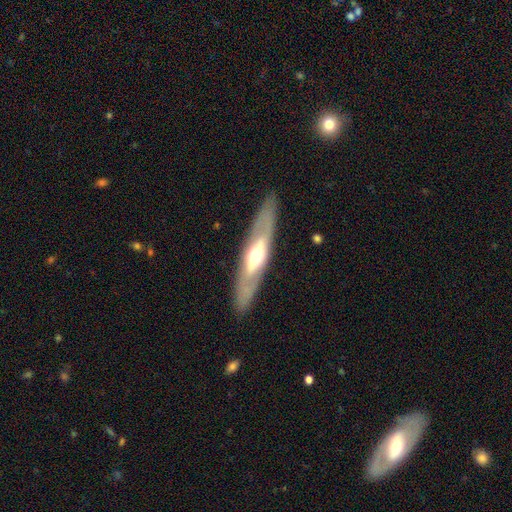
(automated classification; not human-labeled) smooth_or_featured: featured or disk (p=0.64) [alt: smooth p=0.31]
disk_edge_on: yes (p=0.51) [alt: no p=0.49]
merging: none (p=0.87) [alt: minor disturbance p=0.09]